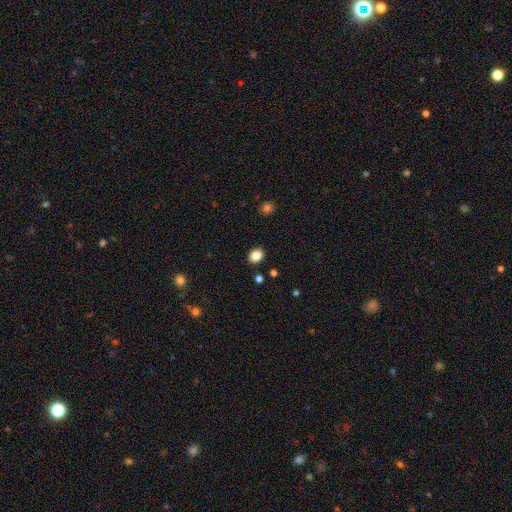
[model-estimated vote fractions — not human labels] The model was most divided on "how rounded": in between: 52%, round: 47%, cigar-shaped: 1%. More confident: merging — none (89%); smooth or featured — smooth (85%).